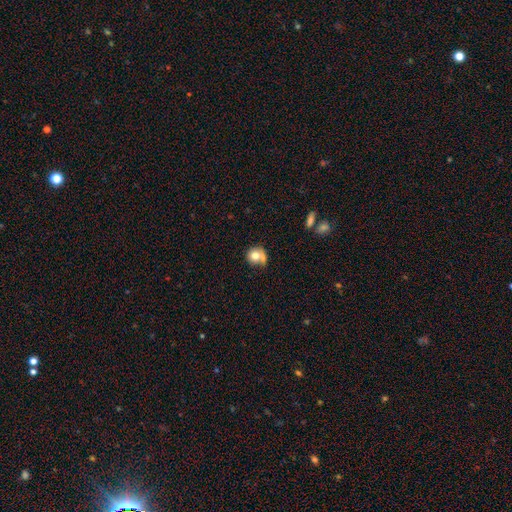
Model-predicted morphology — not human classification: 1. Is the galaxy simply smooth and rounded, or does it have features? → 73% smooth, 18% featured or disk, 9% star or artifact.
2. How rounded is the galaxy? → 82% round, 17% in between, 1% cigar-shaped.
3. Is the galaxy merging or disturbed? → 42% none, 31% merger, 17% minor disturbance, 10% major disturbance.